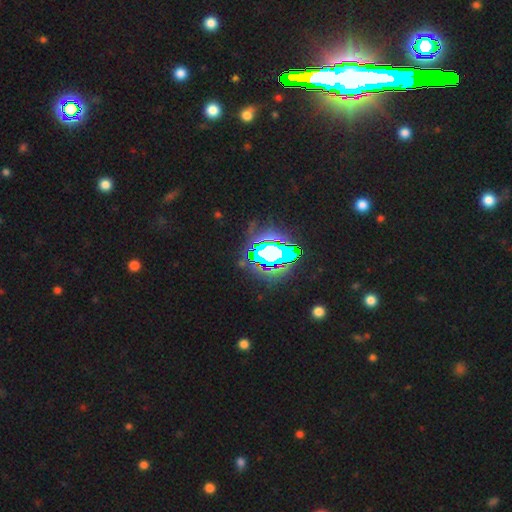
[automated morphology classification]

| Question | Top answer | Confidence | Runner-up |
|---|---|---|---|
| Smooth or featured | star or artifact | 80% | smooth (11%) |